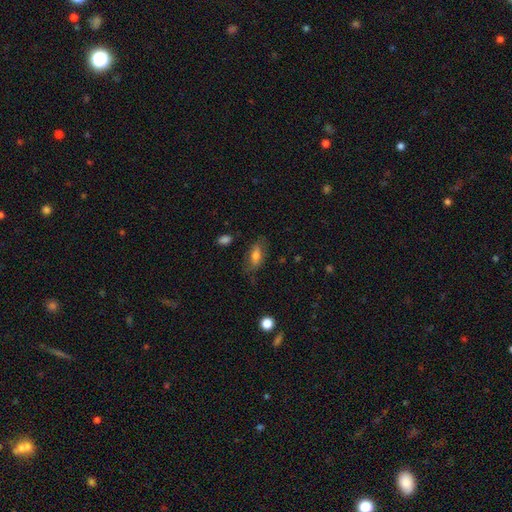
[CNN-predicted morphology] Smooth or featured: smooth — 67% (featured or disk — 25%)
How rounded: in between — 80% (cigar-shaped — 16%)
Merging: none — 69% (minor disturbance — 21%)